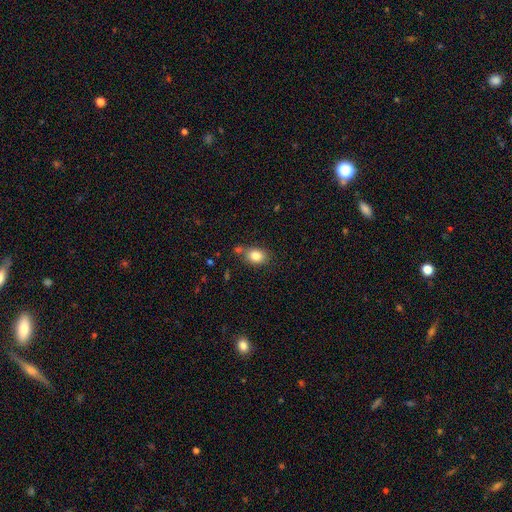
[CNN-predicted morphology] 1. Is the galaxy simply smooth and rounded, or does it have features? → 83% smooth, 9% star or artifact, 8% featured or disk.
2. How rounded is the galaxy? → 67% in between, 32% round, 1% cigar-shaped.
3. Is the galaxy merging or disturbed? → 68% none, 16% minor disturbance, 11% merger, 4% major disturbance.